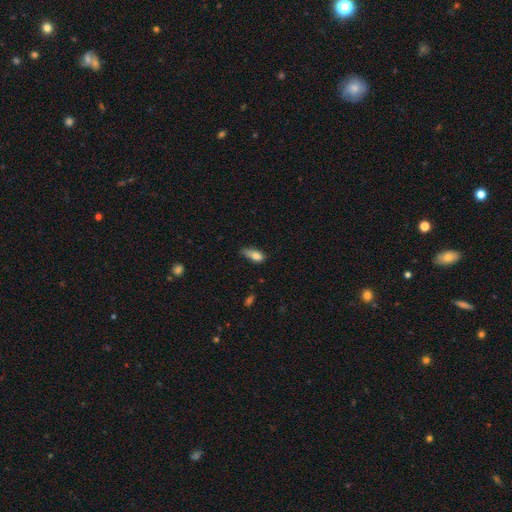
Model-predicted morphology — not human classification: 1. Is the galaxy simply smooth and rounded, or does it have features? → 78% smooth, 13% featured or disk, 8% star or artifact.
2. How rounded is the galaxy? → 75% in between, 20% cigar-shaped, 5% round.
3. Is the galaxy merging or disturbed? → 44% minor disturbance, 35% none, 18% major disturbance, 3% merger.